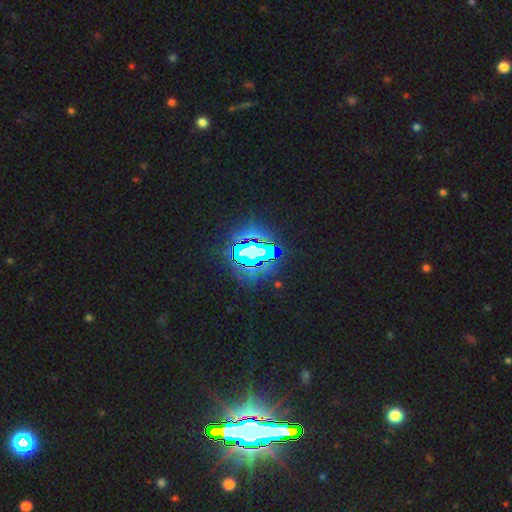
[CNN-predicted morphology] Smooth or featured? star or artifact (85%)